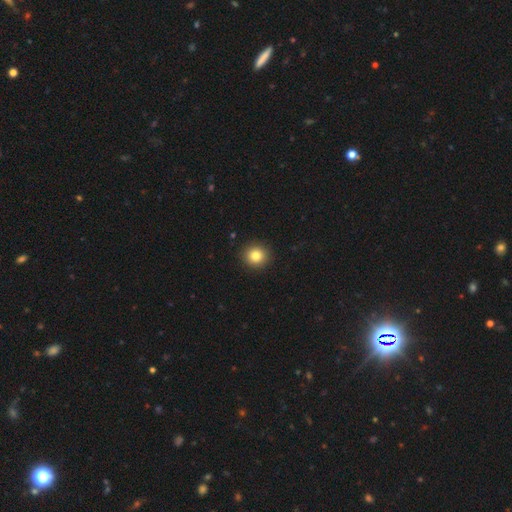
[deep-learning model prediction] smooth_or_featured: smooth (p=0.83) [alt: star or artifact p=0.11]
how_rounded: round (p=0.89) [alt: in between p=0.10]
merging: none (p=0.92) [alt: minor disturbance p=0.05]